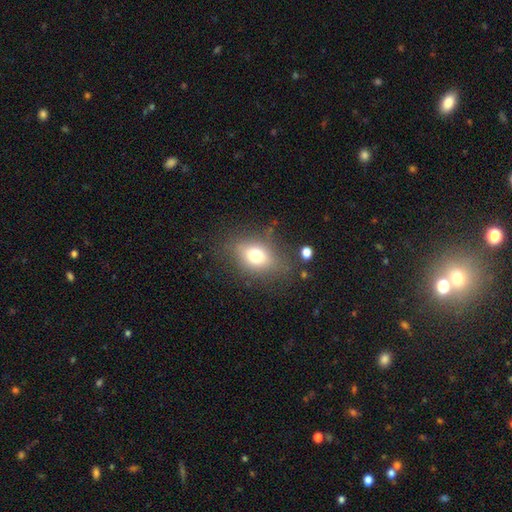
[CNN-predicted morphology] smooth_or_featured: smooth (p=0.71) [alt: featured or disk p=0.16]
how_rounded: in between (p=0.69) [alt: round p=0.29]
merging: none (p=0.73) [alt: minor disturbance p=0.17]